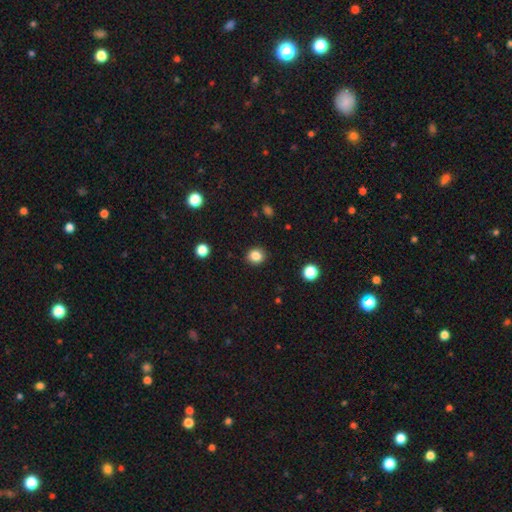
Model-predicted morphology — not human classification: Smooth or featured?
  - smooth: 85% *
  - star or artifact: 11%
  - featured or disk: 4%
How rounded?
  - round: 80% *
  - in between: 20%
  - cigar-shaped: 1%
Merging?
  - none: 90% *
  - minor disturbance: 7%
  - major disturbance: 2%
  - merger: 1%